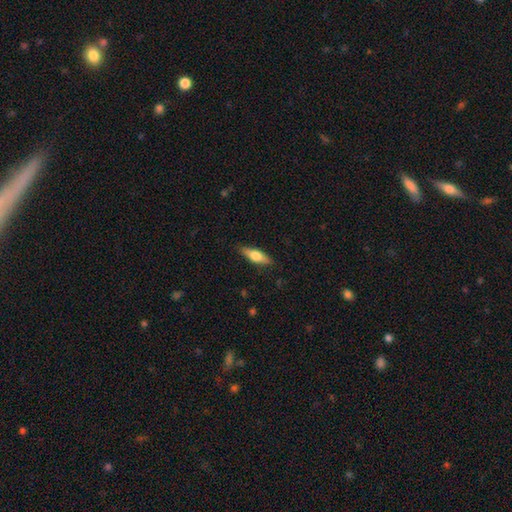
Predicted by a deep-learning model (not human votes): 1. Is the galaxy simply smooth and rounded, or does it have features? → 55% smooth, 39% featured or disk, 6% star or artifact.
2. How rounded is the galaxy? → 49% cigar-shaped, 48% in between, 3% round.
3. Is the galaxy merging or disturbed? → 86% none, 11% minor disturbance, 2% major disturbance, 1% merger.